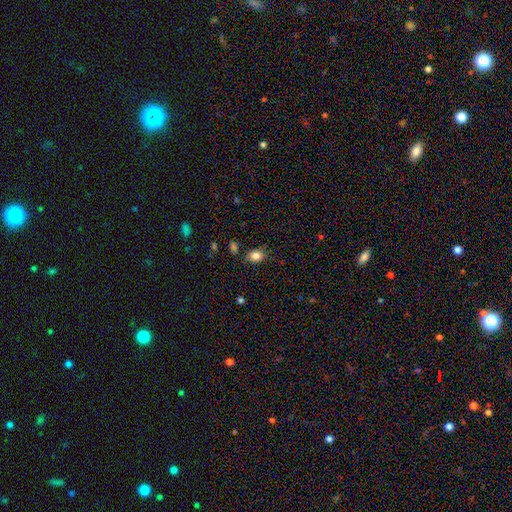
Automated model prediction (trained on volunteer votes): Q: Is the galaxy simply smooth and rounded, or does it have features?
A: smooth — 84%.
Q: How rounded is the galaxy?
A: in between — 71%.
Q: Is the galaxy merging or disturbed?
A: none — 77%.